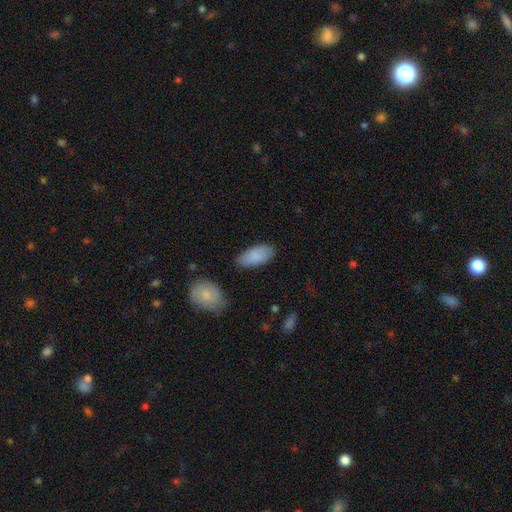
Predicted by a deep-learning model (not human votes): The model was most divided on "merging": none: 81%, minor disturbance: 14%, major disturbance: 3%, merger: 2%. More confident: how rounded — in between (91%); smooth or featured — smooth (87%).